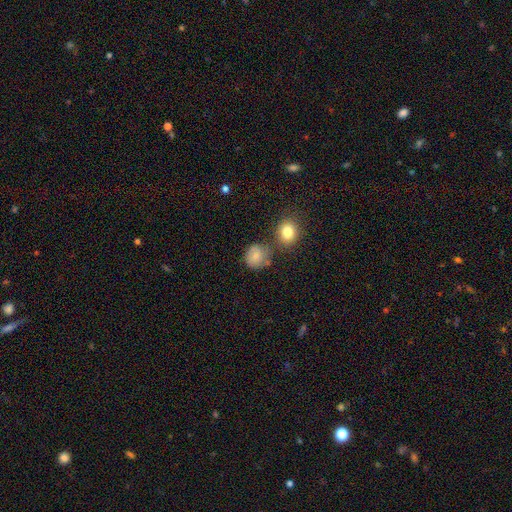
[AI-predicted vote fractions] A smooth galaxy with no disk features (80%) that is round (82%). Merging: none (63%).